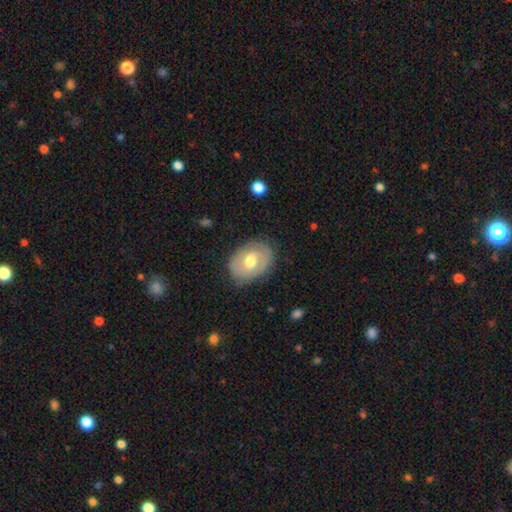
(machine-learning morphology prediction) type=smooth (47%); merging=none (87%).